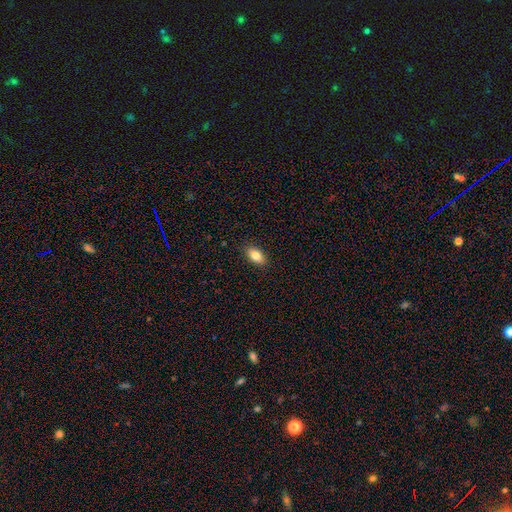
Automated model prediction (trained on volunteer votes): Overall: smooth (84%). How rounded: in between (91%). Merging: none (89%).